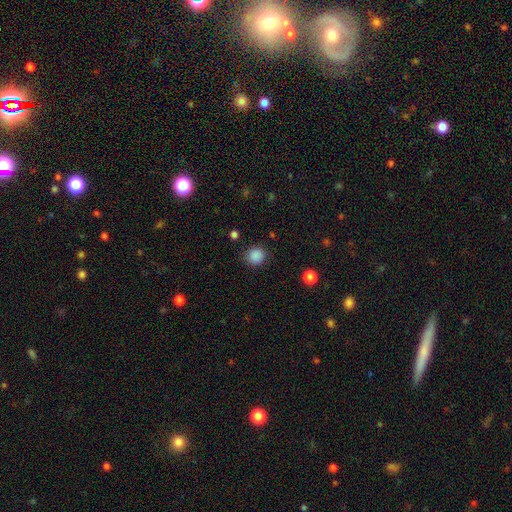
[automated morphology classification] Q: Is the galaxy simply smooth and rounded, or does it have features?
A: smooth — 87%.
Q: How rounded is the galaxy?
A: round — 88%.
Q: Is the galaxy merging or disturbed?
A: none — 87%.